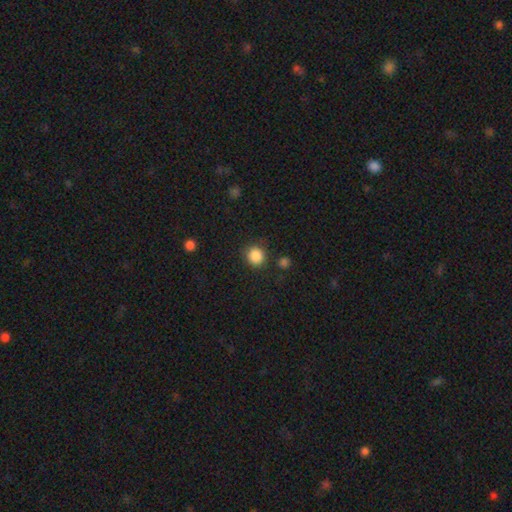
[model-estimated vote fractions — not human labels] This is clearly a smooth galaxy (87%). How rounded: clearly round (89%). Merging: clearly none (84%).